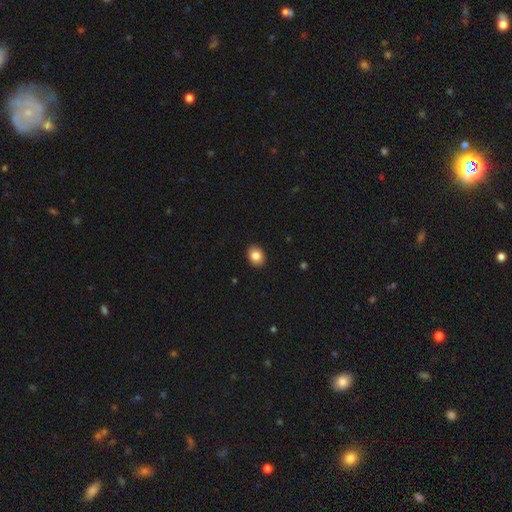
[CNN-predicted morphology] The model was most divided on "how rounded": in between: 53%, round: 46%, cigar-shaped: 1%. More confident: merging — none (91%); smooth or featured — smooth (85%).